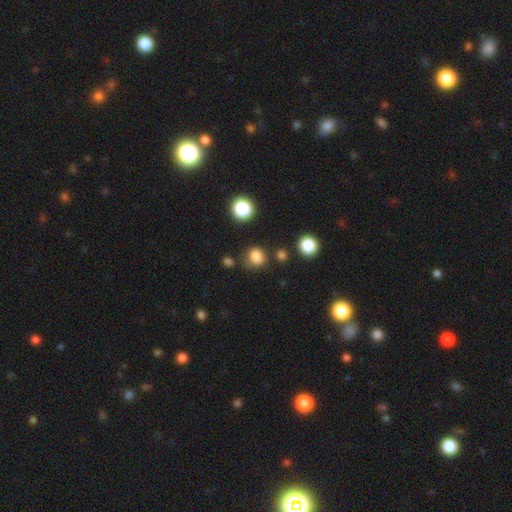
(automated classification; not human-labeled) Smooth or featured? smooth (82%)
How rounded? round (78%)
Merging? none (73%)